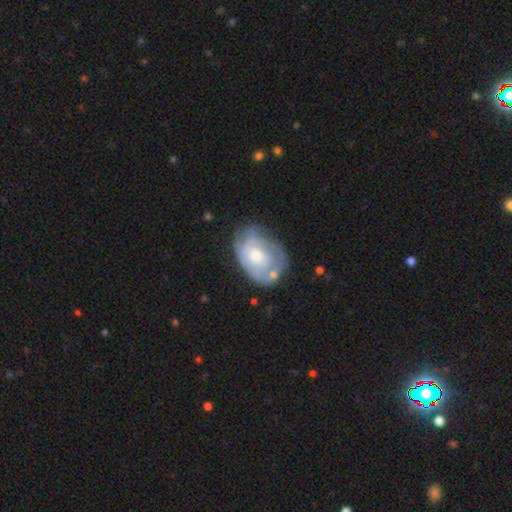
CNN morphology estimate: This appears to be a featured or disk galaxy (65%) with no bar (78%), spiral arms (64%) and a moderate central bulge (59%). Merging: none (52%).